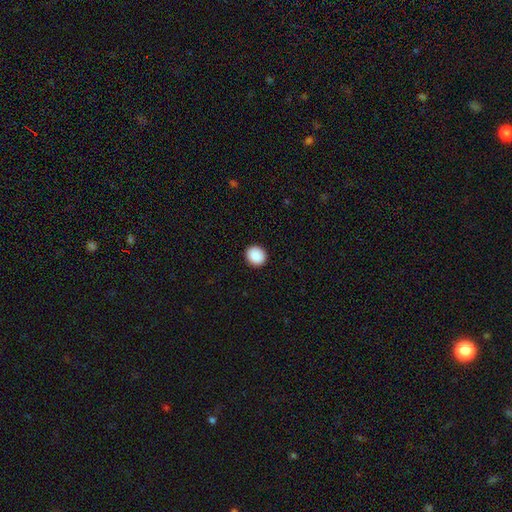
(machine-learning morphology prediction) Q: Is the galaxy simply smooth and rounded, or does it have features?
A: smooth — 90%.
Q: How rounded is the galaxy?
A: round — 78%.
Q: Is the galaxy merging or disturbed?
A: none — 92%.